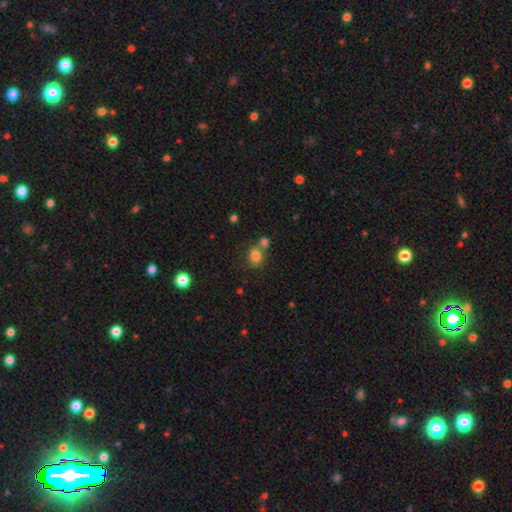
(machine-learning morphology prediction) This is likely a smooth galaxy (80%). How rounded: likely round (63%). Merging: possibly none (51%).